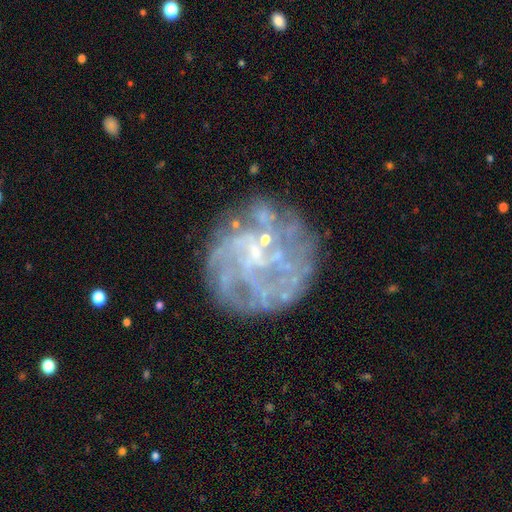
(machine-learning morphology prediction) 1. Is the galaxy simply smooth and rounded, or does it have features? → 73% featured or disk, 16% smooth, 11% star or artifact.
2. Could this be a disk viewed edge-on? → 98% no, 2% yes.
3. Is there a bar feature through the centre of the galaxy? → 66% no, 27% weak, 7% strong.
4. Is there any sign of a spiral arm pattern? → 55% yes, 45% no.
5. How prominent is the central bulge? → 50% small, 38% none, 10% moderate, 1% large, 1% dominant.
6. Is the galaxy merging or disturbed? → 65% none, 17% minor disturbance, 15% major disturbance, 4% merger.